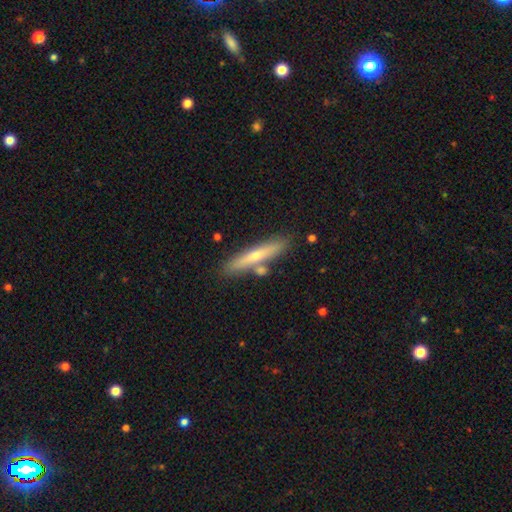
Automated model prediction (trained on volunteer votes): Overall: smooth (48%; featured or disk 45%). Merging: none (80%).